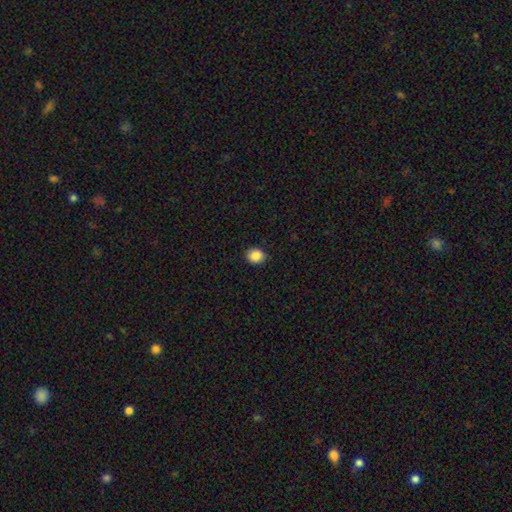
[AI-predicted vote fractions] This appears to be a smooth galaxy with no disk features (87%) that is round (77%). Merging: none (91%).